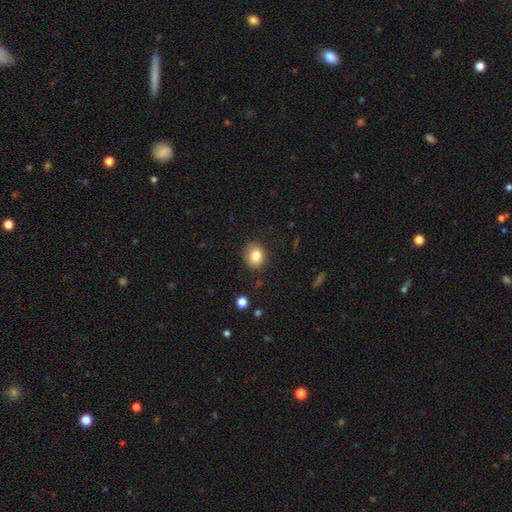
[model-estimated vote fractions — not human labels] This appears to be a smooth galaxy with no disk features (83%) that is round (71%). Merging: none (87%).